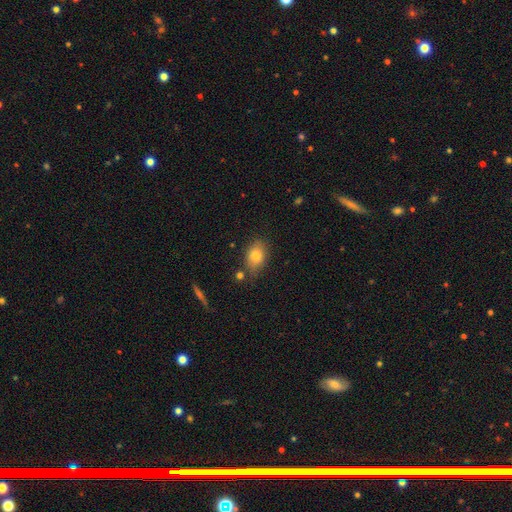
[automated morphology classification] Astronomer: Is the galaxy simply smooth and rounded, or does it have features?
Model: smooth — 80%.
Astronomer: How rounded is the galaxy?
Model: in between — 80%.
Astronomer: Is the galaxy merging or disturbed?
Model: none — 71%.